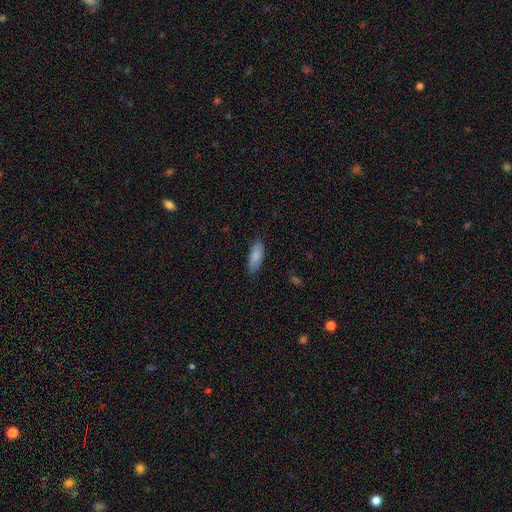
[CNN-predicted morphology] Q: Smooth or featured?
A: smooth (85%); runner-up: featured or disk (9%)
Q: How rounded?
A: in between (78%); runner-up: cigar-shaped (20%)
Q: Merging?
A: none (81%); runner-up: minor disturbance (15%)